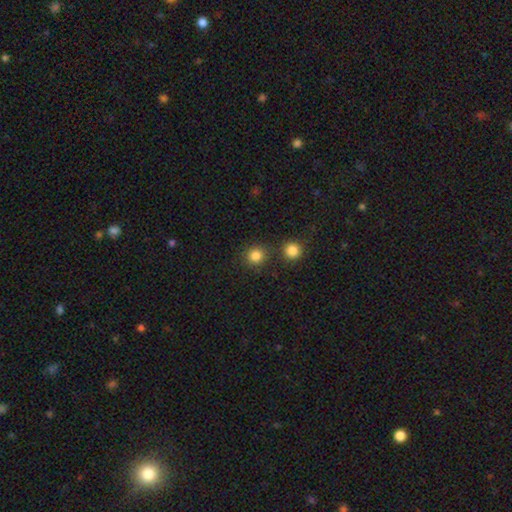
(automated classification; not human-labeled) This is clearly a smooth galaxy (83%). How rounded: clearly round (89%). Merging: likely none (79%).